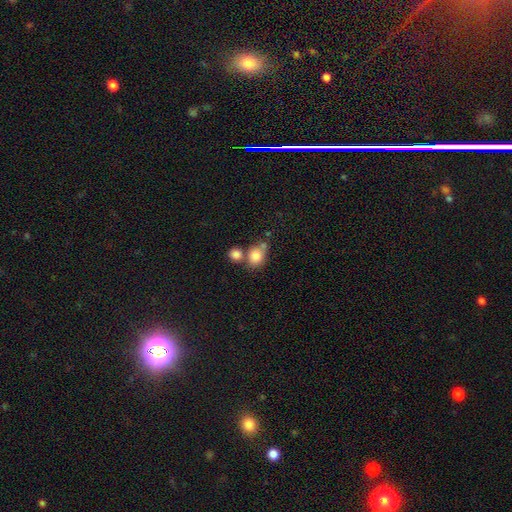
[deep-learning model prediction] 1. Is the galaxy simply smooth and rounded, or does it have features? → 81% smooth, 9% star or artifact, 9% featured or disk.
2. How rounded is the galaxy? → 63% round, 36% in between, 1% cigar-shaped.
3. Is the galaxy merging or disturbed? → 49% none, 35% merger, 12% minor disturbance, 4% major disturbance.